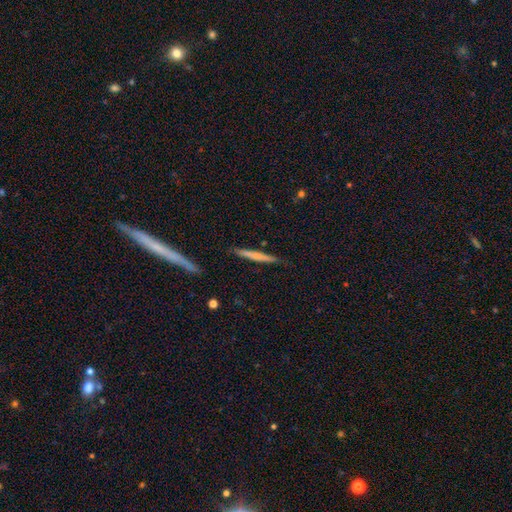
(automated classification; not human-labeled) smooth 53%, featured or disk 41%, star or artifact 6%. Down the decision tree: how rounded — cigar-shaped (95%); merging — none (85%).